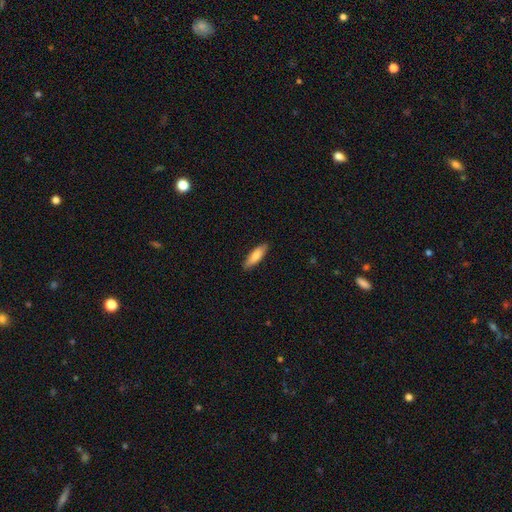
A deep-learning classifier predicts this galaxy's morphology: This appears to be a smooth galaxy with no disk features (82%) that is cigar-shaped (53%). Merging: none (88%).